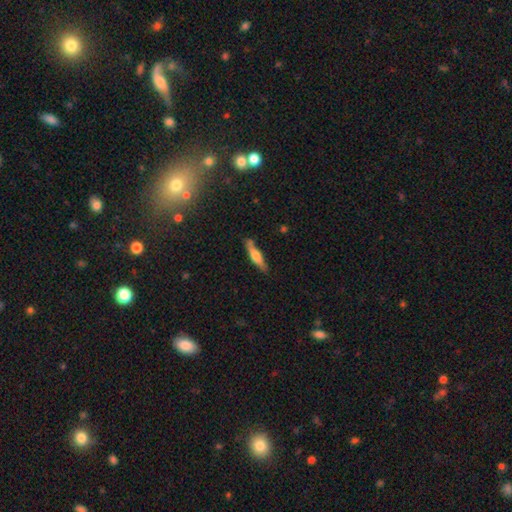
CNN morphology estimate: smooth-or-featured: smooth: 50% | featured or disk: 44% | star or artifact: 6%
  how-rounded: cigar-shaped: 80% | in between: 18% | round: 2%
  merging: none: 79% | minor disturbance: 15% | merger: 3% | major disturbance: 3%